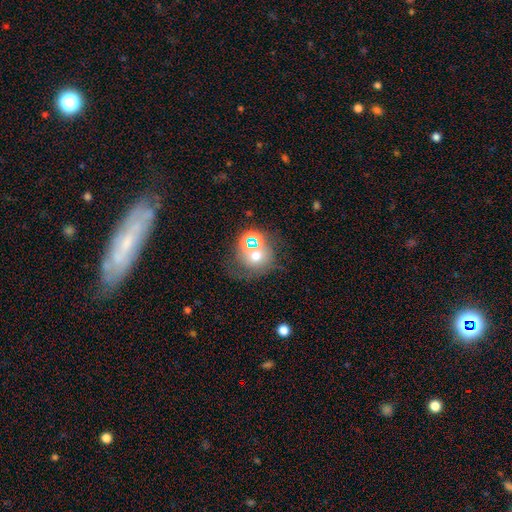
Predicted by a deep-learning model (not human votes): The model was most divided on "merging": none: 46%, merger: 25%, minor disturbance: 15%, major disturbance: 14%. More confident: how rounded — round (76%); smooth or featured — smooth (51%).